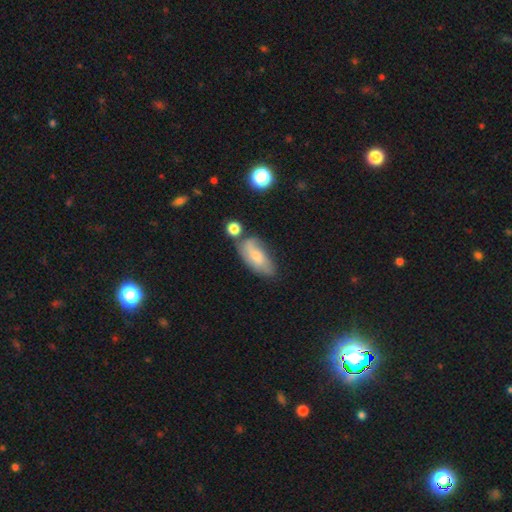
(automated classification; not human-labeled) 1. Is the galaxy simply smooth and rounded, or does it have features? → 58% smooth, 34% featured or disk, 8% star or artifact.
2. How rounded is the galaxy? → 86% in between, 11% cigar-shaped, 3% round.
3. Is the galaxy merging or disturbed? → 48% none, 27% minor disturbance, 14% merger, 10% major disturbance.